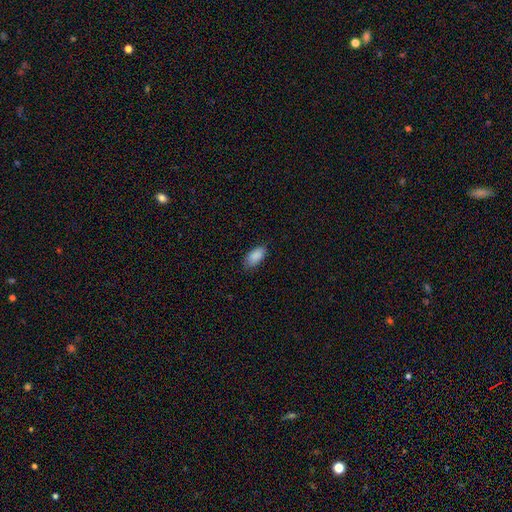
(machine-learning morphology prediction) Q: Smooth or featured?
A: smooth (89%); runner-up: star or artifact (7%)
Q: How rounded?
A: in between (91%); runner-up: cigar-shaped (6%)
Q: Merging?
A: none (79%); runner-up: minor disturbance (17%)